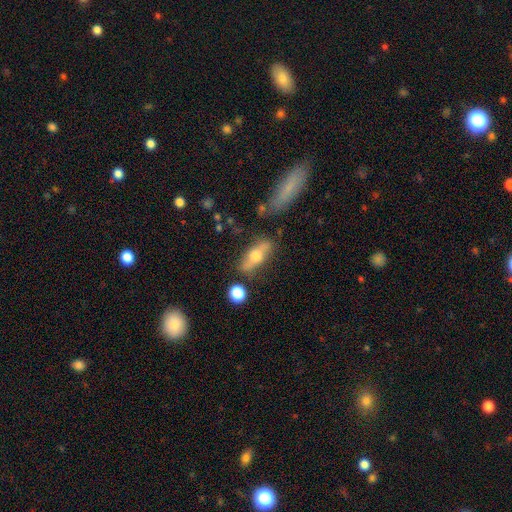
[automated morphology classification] type=smooth (48%); merging=none (74%).